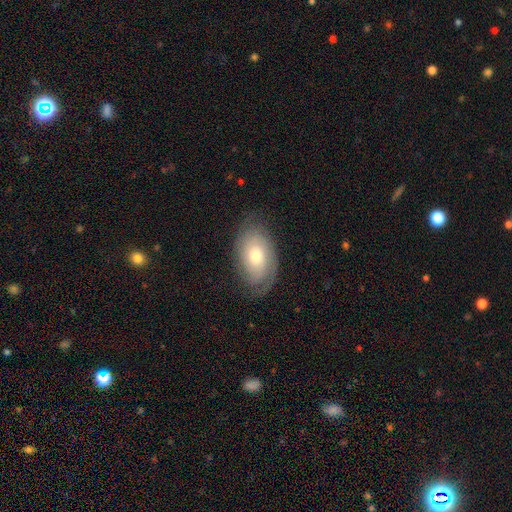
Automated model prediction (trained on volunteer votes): A featured or disk galaxy (54%) with no bar (78%), spiral arms (80%) and a moderate central bulge (66%).

Vote fractions:
- Smooth or featured? featured or disk: 54% / smooth: 39% / star or artifact: 7%
- Edge-on disk? no: 93% / yes: 7%
- Bar? no: 78% / weak: 18% / strong: 4%
- Spiral arms? yes: 80% / no: 20%
- Bulge size? moderate: 66% / small: 24% / large: 8% / dominant: 1% / none: 1%
- Merging? none: 73% / minor disturbance: 19% / major disturbance: 7% / merger: 1%